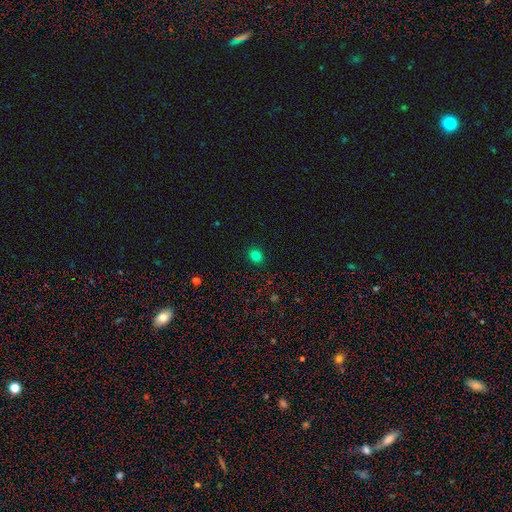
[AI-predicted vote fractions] Smooth or featured? Predicted: smooth (p=0.80). How rounded? Predicted: round (p=0.72). Merging? Predicted: none (p=0.91).